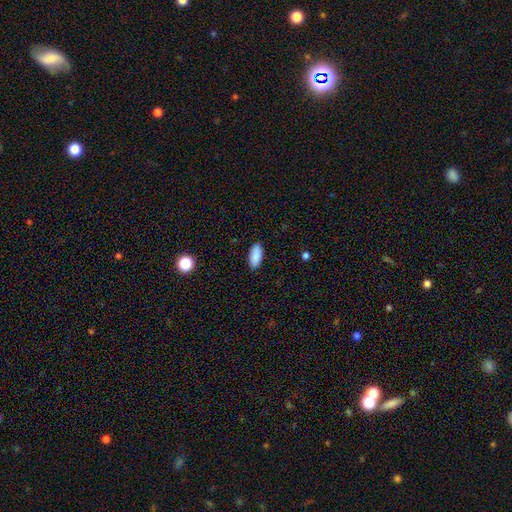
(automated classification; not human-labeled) Smooth or featured: smooth — 89% (star or artifact — 7%)
How rounded: in between — 88% (cigar-shaped — 10%)
Merging: none — 89% (minor disturbance — 8%)